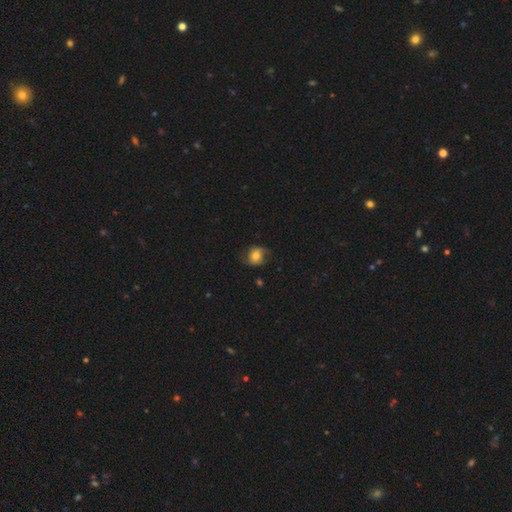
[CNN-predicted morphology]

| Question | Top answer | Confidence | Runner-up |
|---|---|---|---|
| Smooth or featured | smooth | 51% | featured or disk (40%) |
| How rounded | round | 61% | in between (38%) |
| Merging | none | 67% | minor disturbance (21%) |